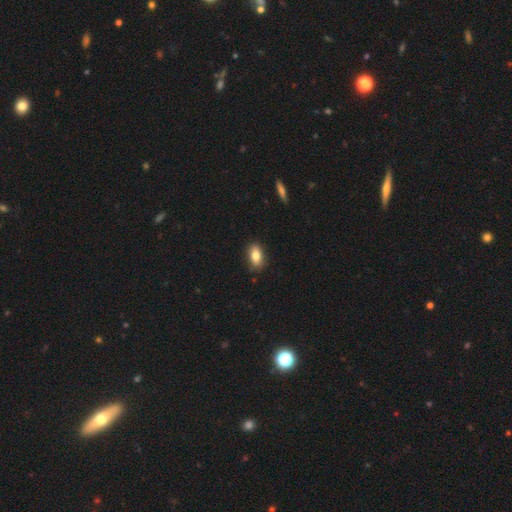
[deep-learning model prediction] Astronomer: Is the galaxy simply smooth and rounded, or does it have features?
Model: smooth — 82%.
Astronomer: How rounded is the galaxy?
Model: in between — 89%.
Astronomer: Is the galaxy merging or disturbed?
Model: none — 86%.